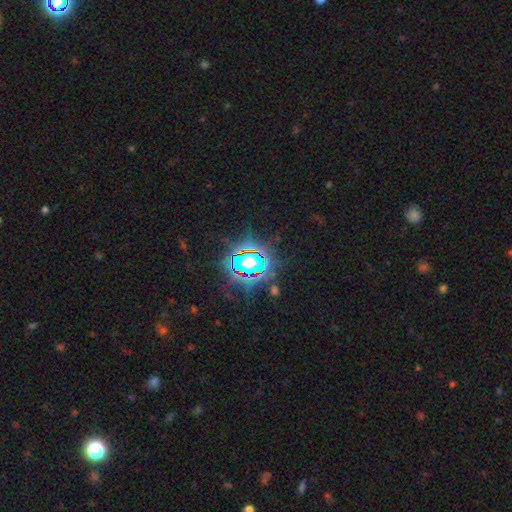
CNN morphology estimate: The model was most divided on "smooth or featured": star or artifact: 80%, smooth: 12%, featured or disk: 8%.